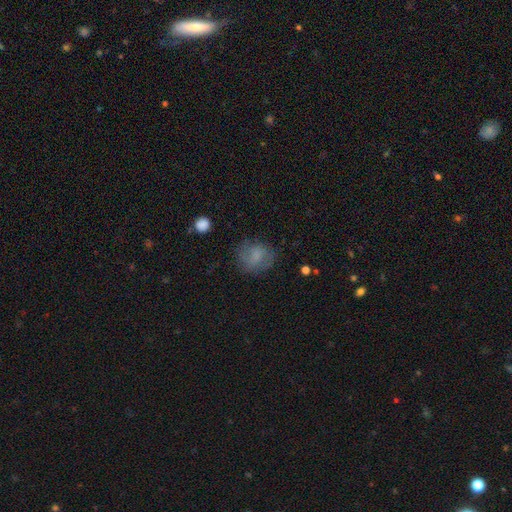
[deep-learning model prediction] Morphology: type=smooth (62%); roundness=round (65%); merging=none (67%).